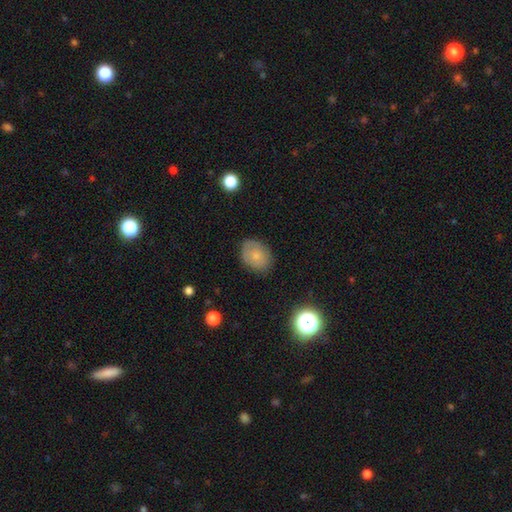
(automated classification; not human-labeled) Overall: smooth (71%). How rounded: in between (63%; round 36%). Merging: none (80%).